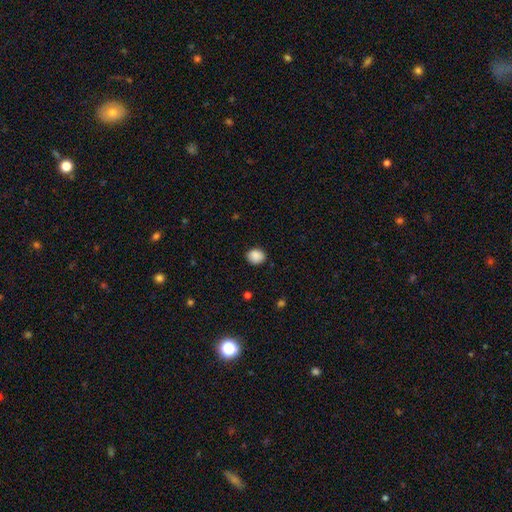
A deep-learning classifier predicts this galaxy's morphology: Smooth or featured? smooth (88%)
How rounded? round (64%)
Merging? none (85%)